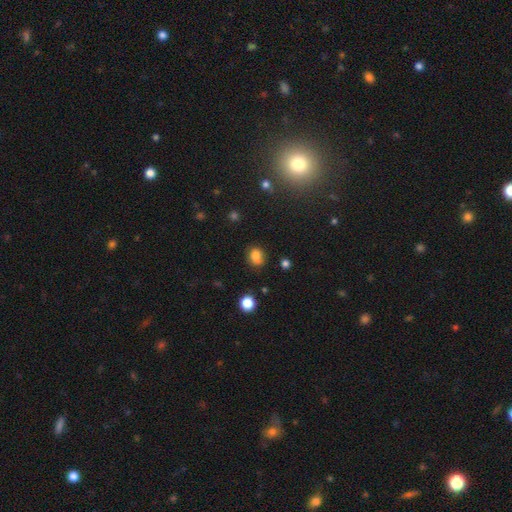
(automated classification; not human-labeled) Smooth or featured? smooth (79%)
How rounded? round (63%)
Merging? none (68%)